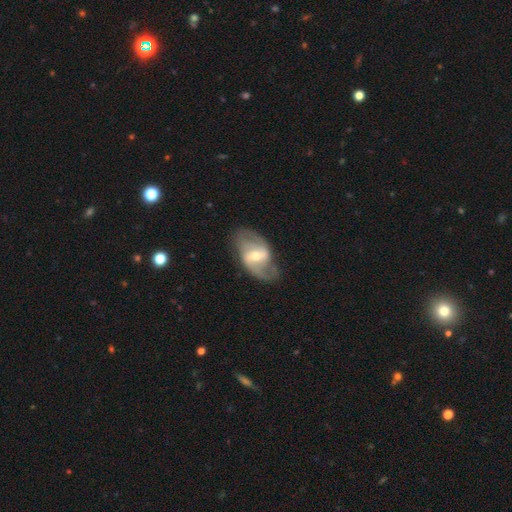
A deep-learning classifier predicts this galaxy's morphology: A featured or disk galaxy (78%) with a weak bar (46%), 2 (83%) medium (45%) spiral arms (85%) and a moderate central bulge (55%). Merging: none (74%).